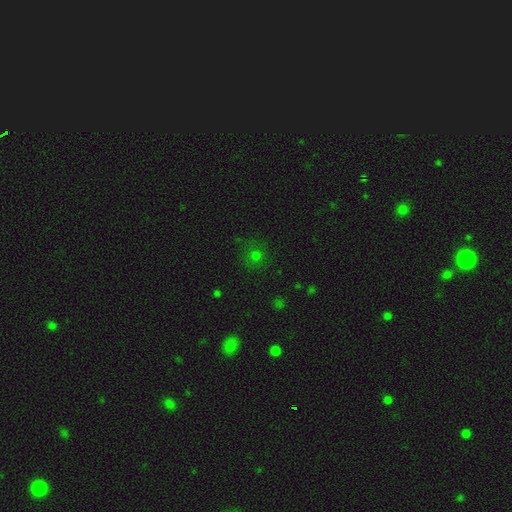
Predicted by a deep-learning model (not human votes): A smooth galaxy with no disk features (65%) that is round (88%).

Vote fractions:
- Smooth or featured? smooth: 65% / star or artifact: 27% / featured or disk: 8%
- How rounded? round: 88% / in between: 11% / cigar-shaped: 1%
- Merging? none: 78% / minor disturbance: 13% / major disturbance: 6% / merger: 2%